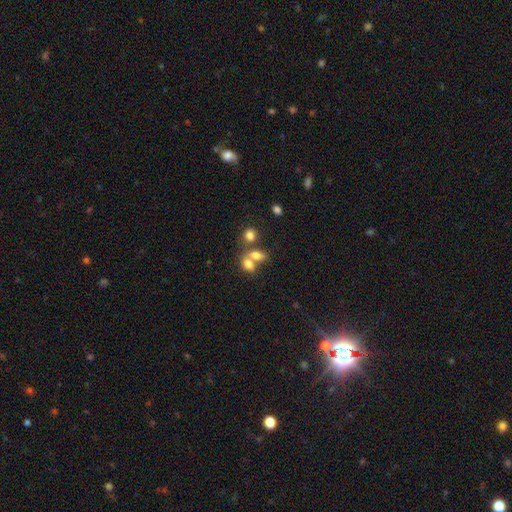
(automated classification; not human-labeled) smooth-or-featured: smooth: 75% | featured or disk: 13% | star or artifact: 12%
  how-rounded: in between: 76% | round: 22% | cigar-shaped: 3%
  merging: merger: 57% | none: 30% | minor disturbance: 9% | major disturbance: 5%